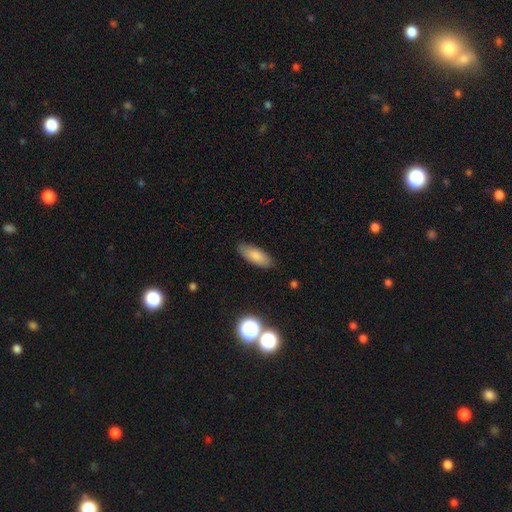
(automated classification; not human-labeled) Smooth or featured? smooth (82%)
How rounded? in between (73%)
Merging? none (86%)